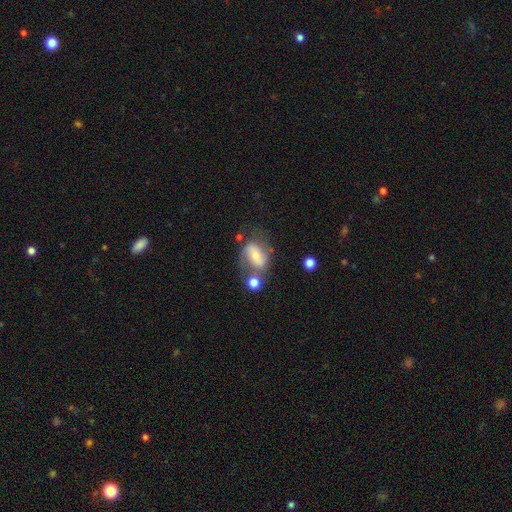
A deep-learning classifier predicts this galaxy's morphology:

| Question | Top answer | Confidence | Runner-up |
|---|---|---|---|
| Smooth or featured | featured or disk | 46% | smooth (45%) |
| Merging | none | 44% | minor disturbance (21%) |